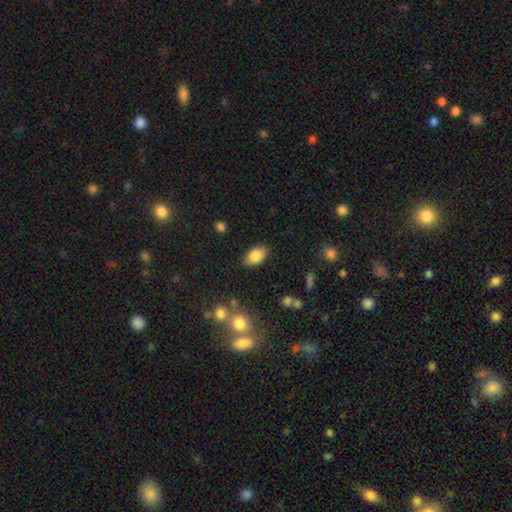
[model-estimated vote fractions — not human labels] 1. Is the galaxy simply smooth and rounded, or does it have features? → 84% smooth, 8% star or artifact, 8% featured or disk.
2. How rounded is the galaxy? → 91% in between, 7% round, 2% cigar-shaped.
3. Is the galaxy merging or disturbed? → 84% none, 12% minor disturbance, 3% major disturbance, 2% merger.